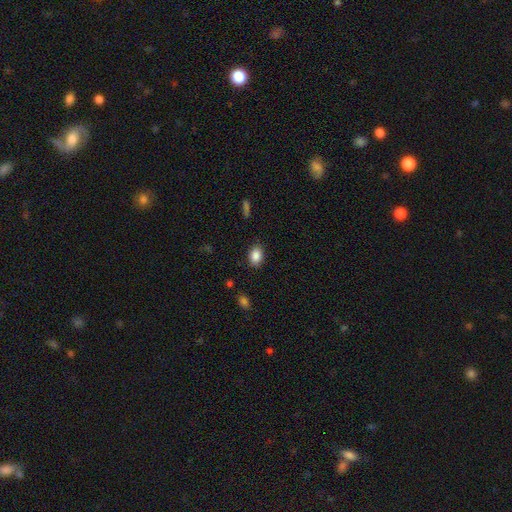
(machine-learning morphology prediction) Smooth or featured?
  - smooth: 87% *
  - star or artifact: 8%
  - featured or disk: 5%
How rounded?
  - in between: 76% *
  - round: 23%
  - cigar-shaped: 1%
Merging?
  - none: 85% *
  - minor disturbance: 11%
  - major disturbance: 3%
  - merger: 1%